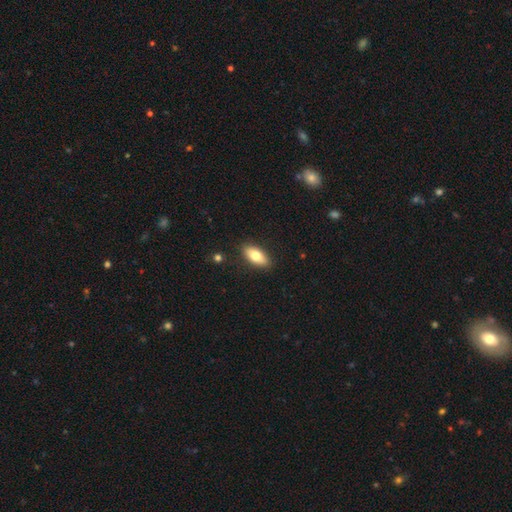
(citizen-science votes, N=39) A smooth galaxy with no disk features (79%) that is in between round and cigar-shaped (84%).

Vote fractions:
- Smooth or featured? smooth: 79% / featured or disk: 18% / star or artifact: 3%
- How rounded? in between: 84% / cigar-shaped: 16% / round: 0%
- Merging? none: 84% / minor disturbance: 8% / merger: 5% / major disturbance: 3%